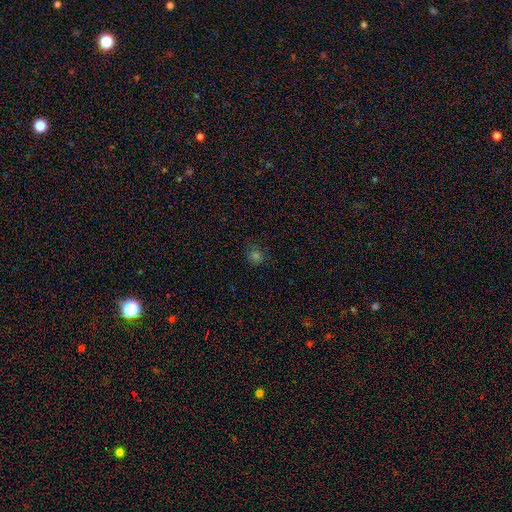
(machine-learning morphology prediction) Smooth or featured?
  - smooth: 67% *
  - star or artifact: 26%
  - featured or disk: 7%
How rounded?
  - round: 83% *
  - in between: 16%
  - cigar-shaped: 1%
Merging?
  - none: 80% *
  - minor disturbance: 14%
  - major disturbance: 5%
  - merger: 2%